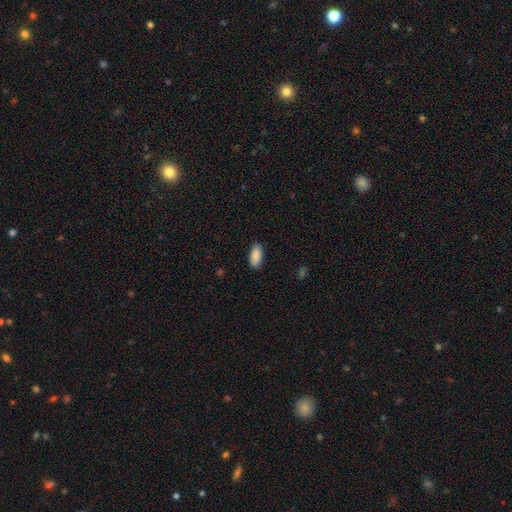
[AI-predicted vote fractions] A smooth galaxy with no disk features (90%) that is in between round and cigar-shaped (89%).

Vote fractions:
- Smooth or featured? smooth: 90% / star or artifact: 6% / featured or disk: 4%
- How rounded? in between: 89% / cigar-shaped: 9% / round: 2%
- Merging? none: 88% / minor disturbance: 9% / major disturbance: 2% / merger: 1%